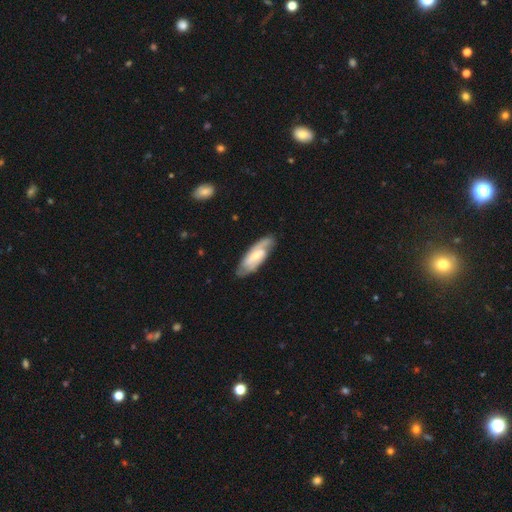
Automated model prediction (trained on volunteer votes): Overall: featured or disk (70%). Edge-on disk: no (88%). Bar: weak (47%; strong 28%). Spiral arms: yes (90%). Spiral arm count: 2 (74%). Spiral winding: medium (44%; tight 38%). Bulge size: small (49%; moderate 38%). Merging: none (78%).